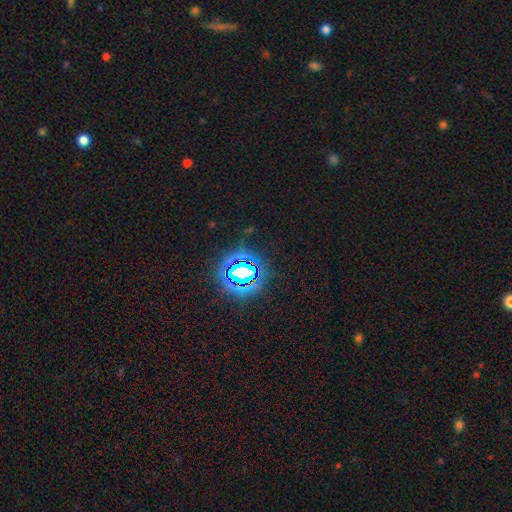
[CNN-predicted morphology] Smooth or featured: star or artifact — 83% (smooth — 12%)